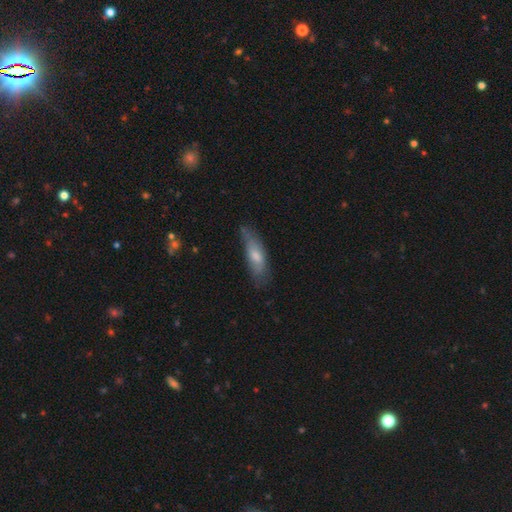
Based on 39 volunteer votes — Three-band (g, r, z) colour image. It shows a smooth galaxy with no disk features (74%) that is in between round and cigar-shaped (48%, tied with cigar-shaped). Merging: none (41%).